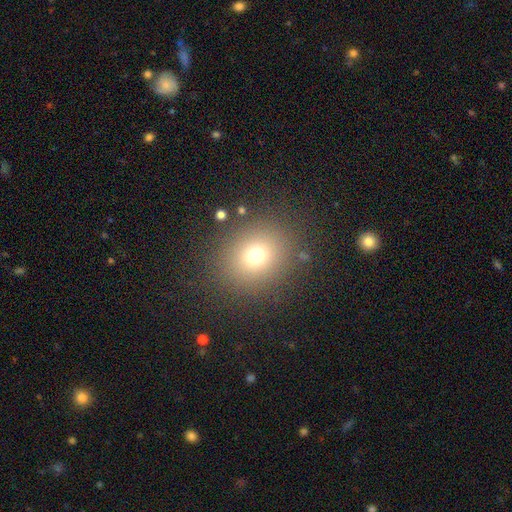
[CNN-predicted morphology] smooth-or-featured: smooth: 72% | star or artifact: 18% | featured or disk: 10%
  how-rounded: round: 76% | in between: 23% | cigar-shaped: 1%
  merging: none: 85% | minor disturbance: 8% | major disturbance: 5% | merger: 2%